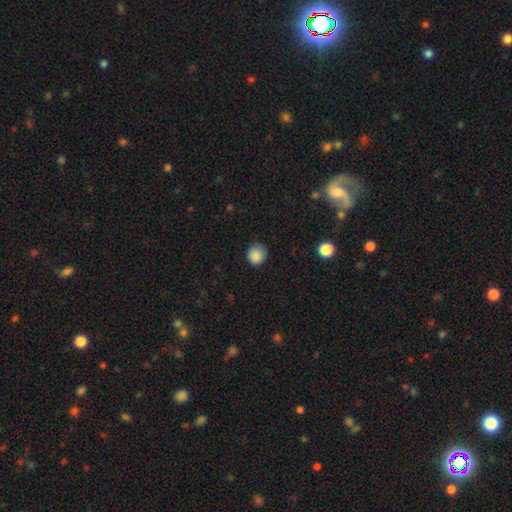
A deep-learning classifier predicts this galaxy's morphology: This appears to be a smooth galaxy with no disk features (87%) that is round (89%). Merging: none (80%).